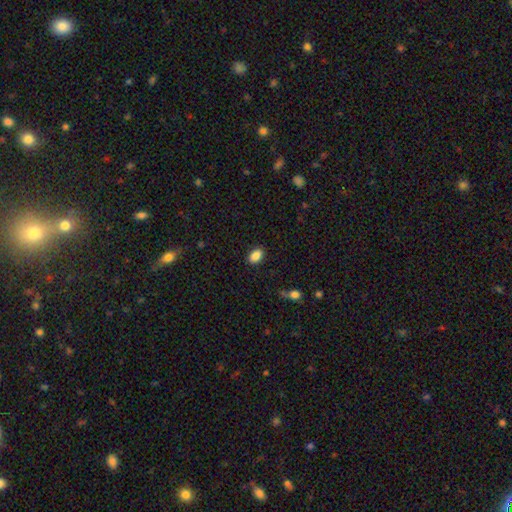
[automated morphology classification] Overall: smooth (87%). How rounded: in between (85%). Merging: none (87%).